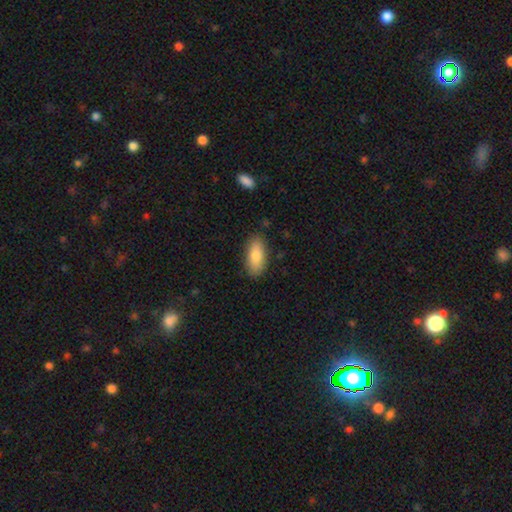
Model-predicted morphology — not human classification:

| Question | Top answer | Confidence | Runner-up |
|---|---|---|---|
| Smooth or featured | smooth | 82% | featured or disk (12%) |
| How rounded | in between | 84% | cigar-shaped (13%) |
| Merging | none | 86% | minor disturbance (11%) |